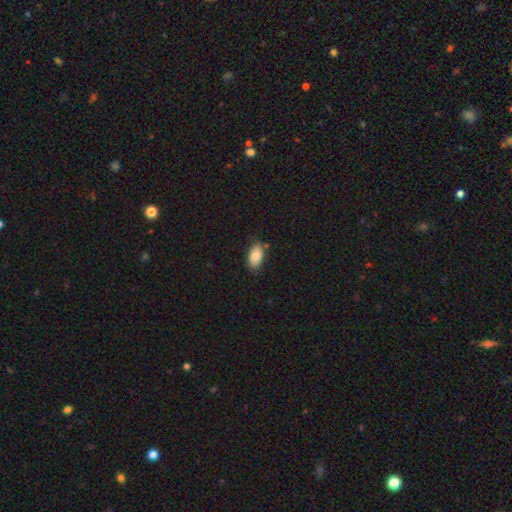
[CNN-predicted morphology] This appears to be a smooth galaxy with no disk features (81%) that is in between round and cigar-shaped (93%). Merging: none (81%).